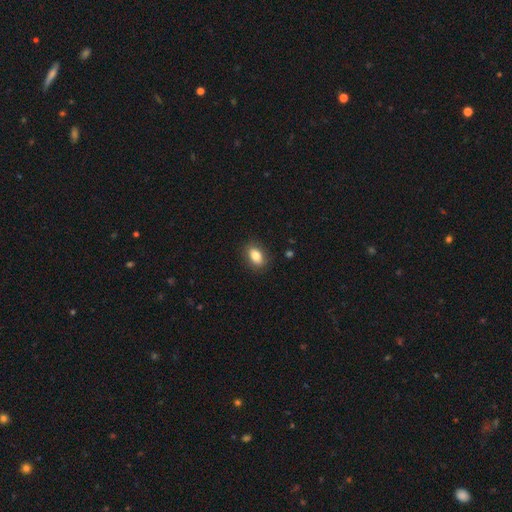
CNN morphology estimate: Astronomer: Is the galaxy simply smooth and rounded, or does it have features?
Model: smooth — 83%.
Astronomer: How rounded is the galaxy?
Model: in between — 84%.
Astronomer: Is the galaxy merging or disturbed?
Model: none — 87%.